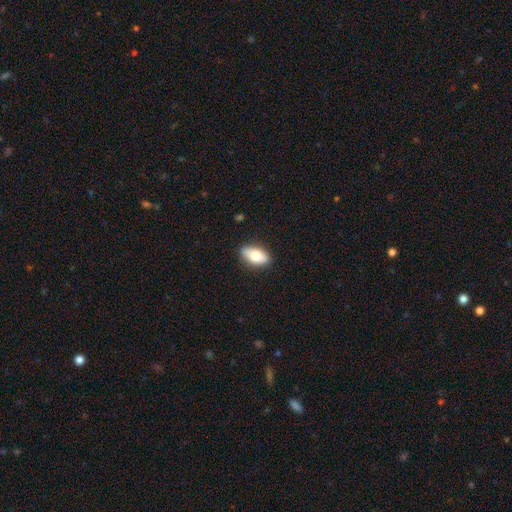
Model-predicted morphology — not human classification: Smooth or featured? smooth (73%)
How rounded? in between (90%)
Merging? none (87%)